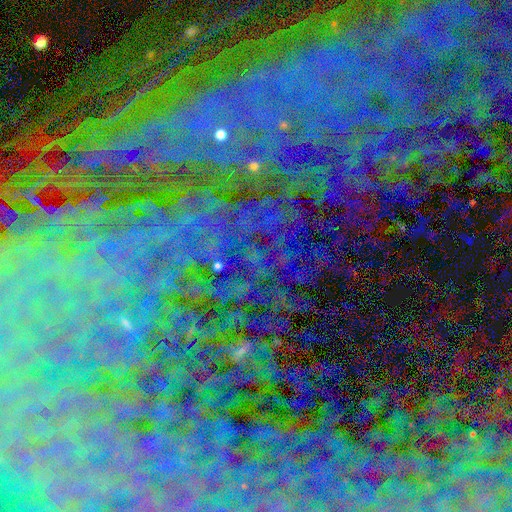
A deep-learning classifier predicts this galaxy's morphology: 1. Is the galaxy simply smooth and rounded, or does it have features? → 82% star or artifact, 10% featured or disk, 8% smooth.